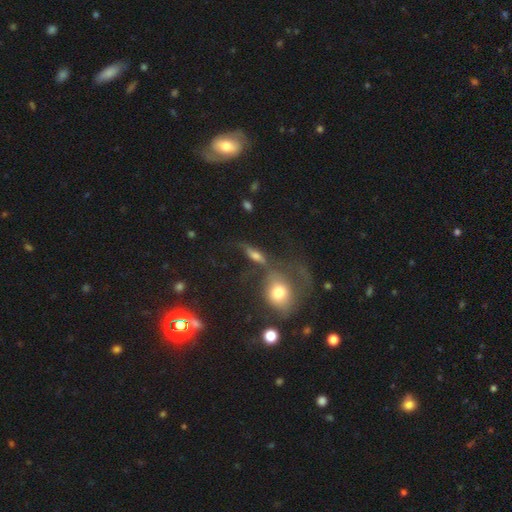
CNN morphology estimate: Smooth or featured? Predicted: smooth (p=0.46). Merging? Predicted: none (p=0.44).